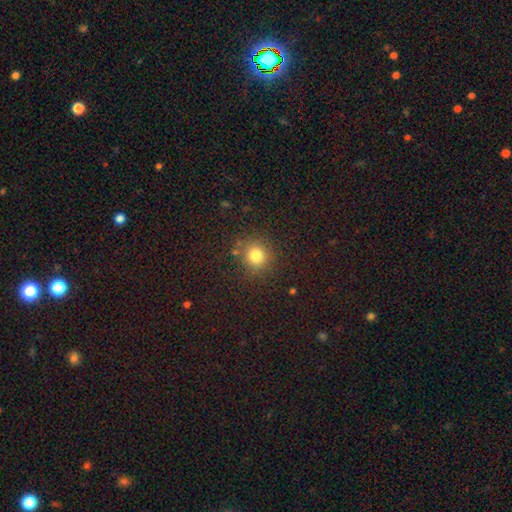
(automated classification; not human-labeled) Smooth or featured: smooth — 78% (star or artifact — 16%)
How rounded: round — 90% (in between — 9%)
Merging: none — 85% (minor disturbance — 9%)